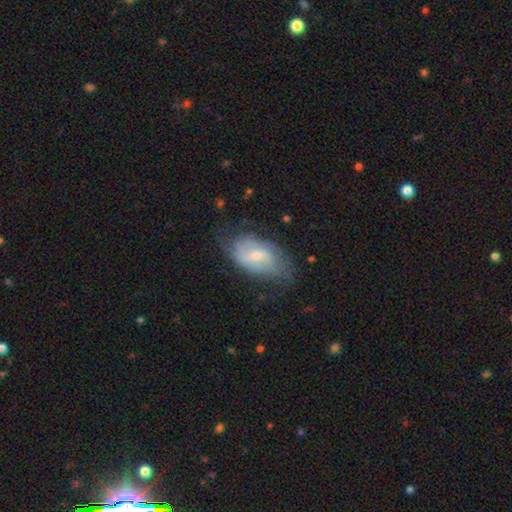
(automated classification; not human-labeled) Smooth or featured: featured or disk — 59% (smooth — 34%)
Edge-on disk: no — 94% (yes — 6%)
Bar: weak — 57% (no — 25%)
Spiral arms: yes — 76% (no — 24%)
Bulge size: small — 44% (tied with moderate — 44%)
Merging: none — 57% (minor disturbance — 30%)